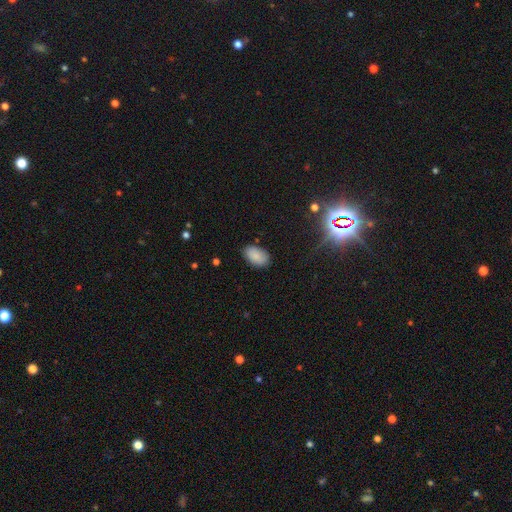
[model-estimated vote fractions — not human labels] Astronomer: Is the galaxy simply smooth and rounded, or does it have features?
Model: smooth — 85%.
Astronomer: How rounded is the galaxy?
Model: in between — 93%.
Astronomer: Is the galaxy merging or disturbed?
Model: none — 84%.